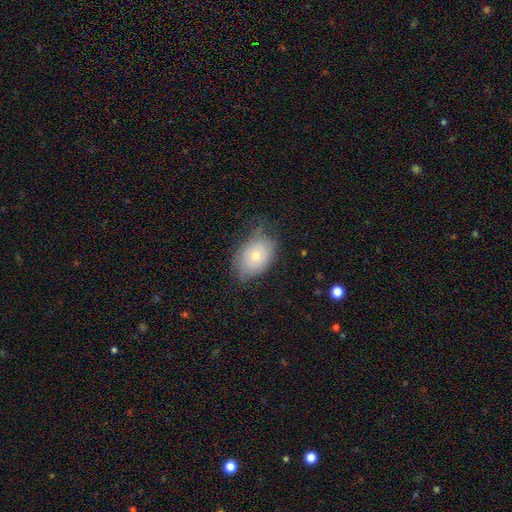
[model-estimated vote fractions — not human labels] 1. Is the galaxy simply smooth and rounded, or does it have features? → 63% smooth, 29% featured or disk, 9% star or artifact.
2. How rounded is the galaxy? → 76% in between, 22% round, 1% cigar-shaped.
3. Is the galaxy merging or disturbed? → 57% none, 31% minor disturbance, 11% major disturbance, 1% merger.